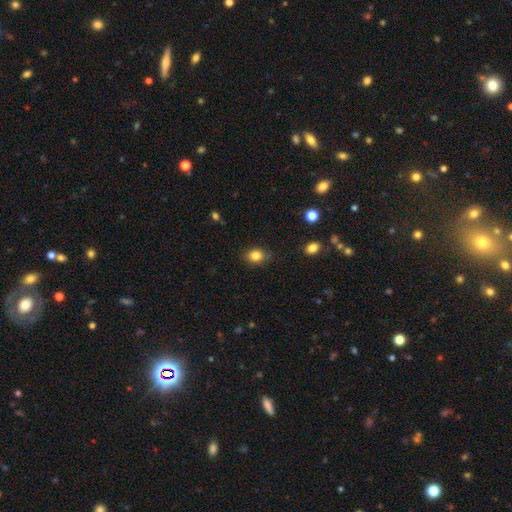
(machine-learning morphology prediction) Smooth or featured? Predicted: smooth (p=0.84). How rounded? Predicted: in between (p=0.53). Merging? Predicted: none (p=0.80).